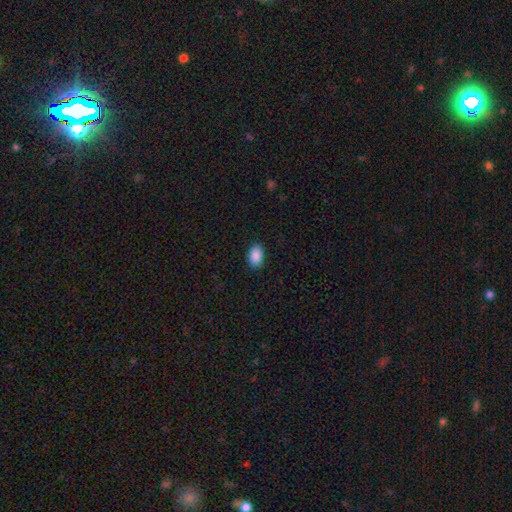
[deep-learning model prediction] Smooth or featured? Predicted: smooth (p=0.89). How rounded? Predicted: in between (p=0.92). Merging? Predicted: none (p=0.90).